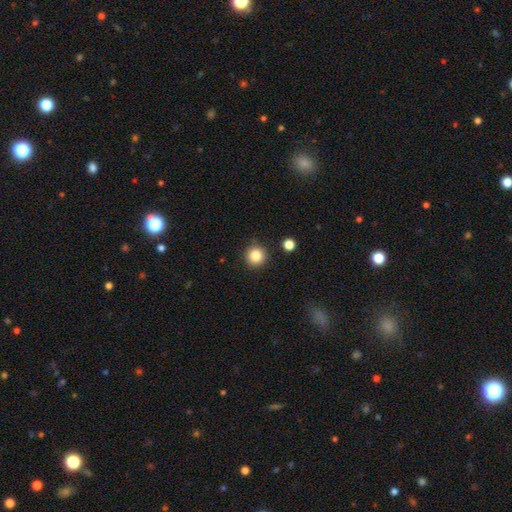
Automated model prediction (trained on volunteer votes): A smooth galaxy with no disk features (84%) that is round (95%).

Vote fractions:
- Smooth or featured? smooth: 84% / star or artifact: 11% / featured or disk: 5%
- How rounded? round: 95% / in between: 4% / cigar-shaped: 1%
- Merging? none: 90% / minor disturbance: 6% / merger: 2% / major disturbance: 2%